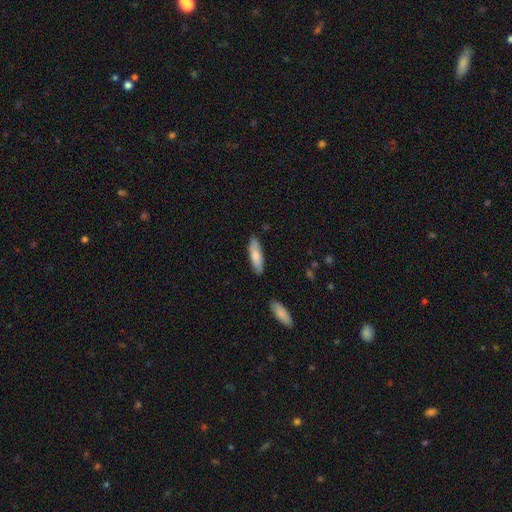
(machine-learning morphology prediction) A smooth galaxy with no disk features (78%) that is cigar-shaped (53%). Merging: none (84%).